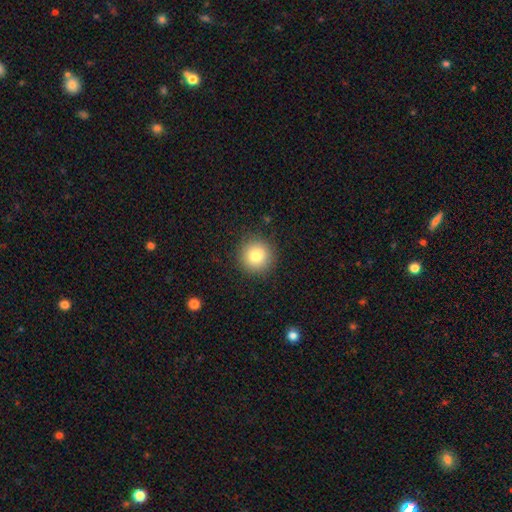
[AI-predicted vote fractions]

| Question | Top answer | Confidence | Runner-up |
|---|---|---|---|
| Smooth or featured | smooth | 81% | star or artifact (10%) |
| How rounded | round | 94% | in between (5%) |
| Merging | none | 90% | minor disturbance (7%) |